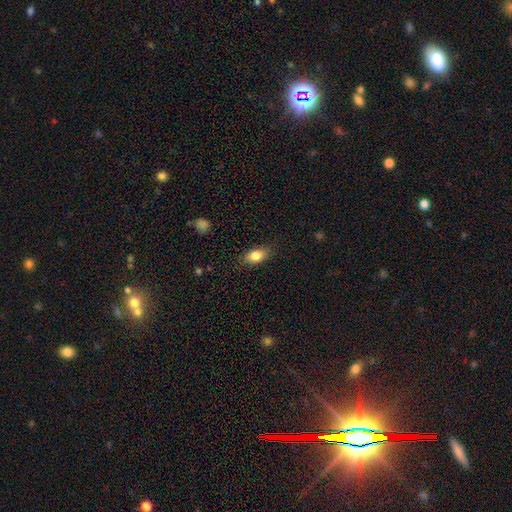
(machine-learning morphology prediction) Smooth or featured?
  - smooth: 83% *
  - featured or disk: 10%
  - star or artifact: 8%
How rounded?
  - in between: 87% *
  - round: 7%
  - cigar-shaped: 7%
Merging?
  - none: 84% *
  - minor disturbance: 12%
  - major disturbance: 3%
  - merger: 1%